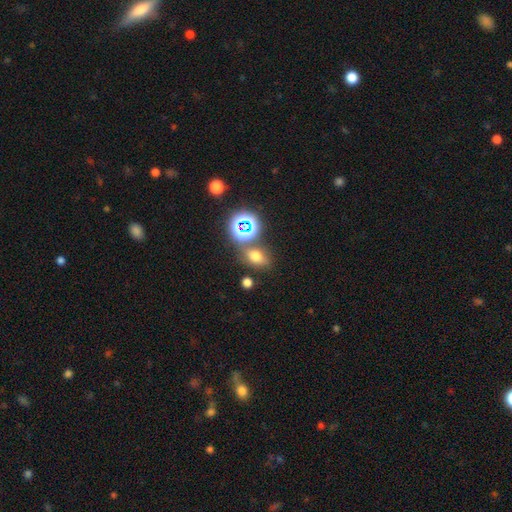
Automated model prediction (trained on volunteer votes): Overall: smooth (61%; star or artifact 28%). How rounded: in between (65%; round 32%). Merging: none (69%).